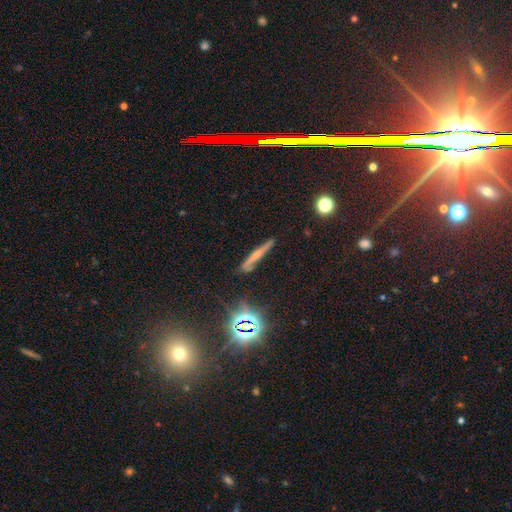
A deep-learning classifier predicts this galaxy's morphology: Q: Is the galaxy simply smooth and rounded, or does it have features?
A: featured or disk — 44%.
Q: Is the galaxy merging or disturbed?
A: none — 79%.